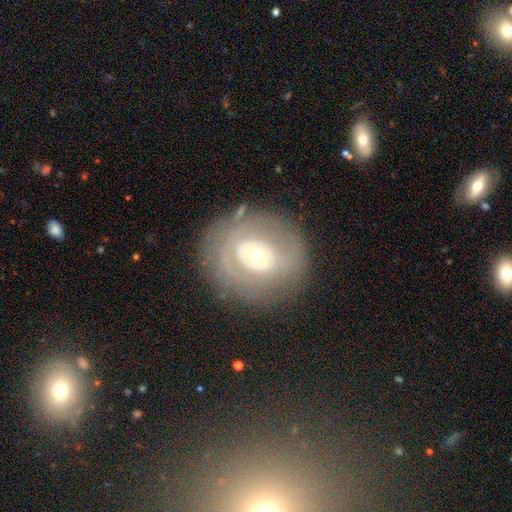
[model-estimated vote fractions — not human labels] Q: Smooth or featured?
A: featured or disk (60%); runner-up: smooth (33%)
Q: Edge-on disk?
A: no (95%); runner-up: yes (5%)
Q: Bar?
A: no (64%); runner-up: weak (25%)
Q: Spiral arms?
A: no (68%); runner-up: yes (32%)
Q: Bulge size?
A: moderate (68%); runner-up: small (17%)
Q: Merging?
A: none (76%); runner-up: minor disturbance (14%)